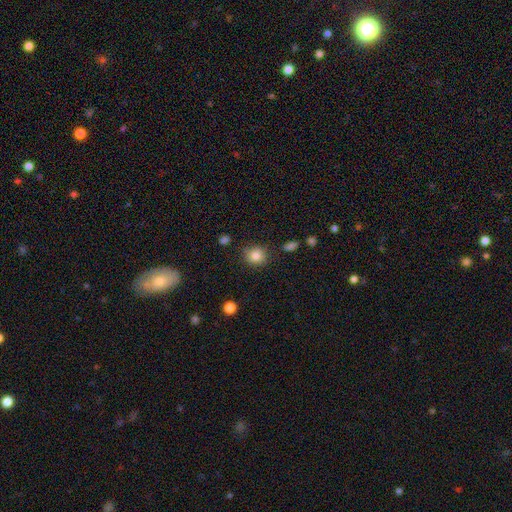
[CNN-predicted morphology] Q: Smooth or featured?
A: smooth (84%); runner-up: star or artifact (10%)
Q: How rounded?
A: round (80%); runner-up: in between (19%)
Q: Merging?
A: none (84%); runner-up: minor disturbance (11%)